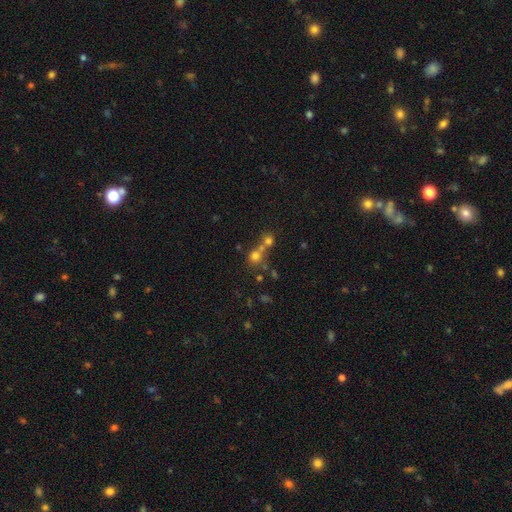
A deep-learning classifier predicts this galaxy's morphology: smooth 68%, star or artifact 19%, featured or disk 13%. Down the decision tree: how rounded — round (86%); merging — merger (48%).